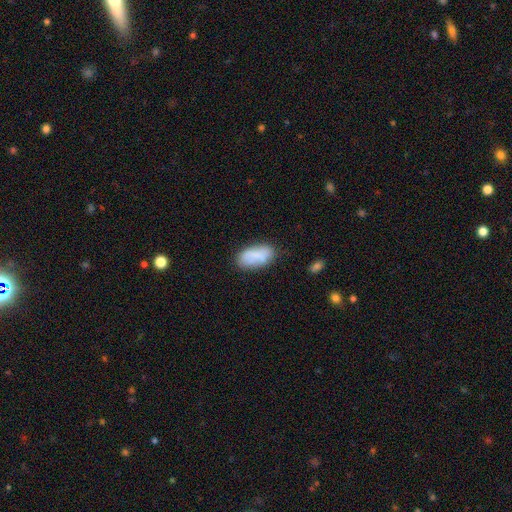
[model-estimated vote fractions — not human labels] smooth 79%, featured or disk 14%, star or artifact 8%. Down the decision tree: how rounded — in between (92%); merging — none (72%).